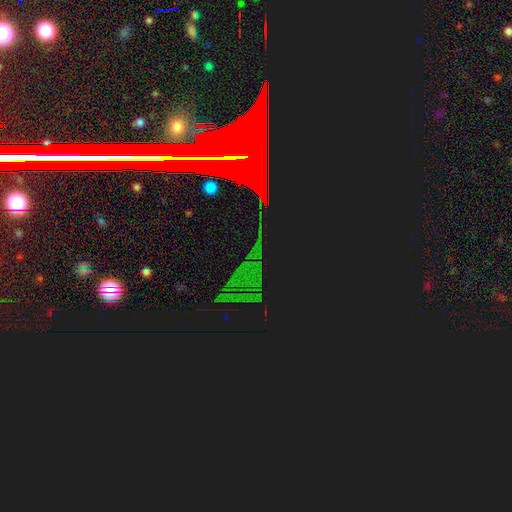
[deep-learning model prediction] Q: Smooth or featured?
A: star or artifact (79%); runner-up: featured or disk (12%)